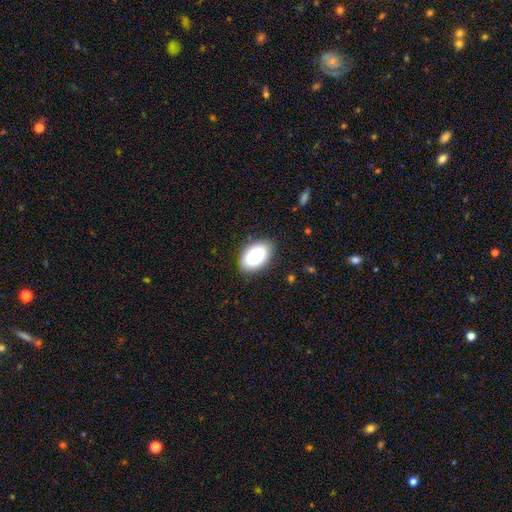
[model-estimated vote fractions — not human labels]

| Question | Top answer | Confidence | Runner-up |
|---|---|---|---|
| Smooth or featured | smooth | 84% | featured or disk (9%) |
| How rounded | in between | 94% | round (5%) |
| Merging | none | 85% | minor disturbance (12%) |